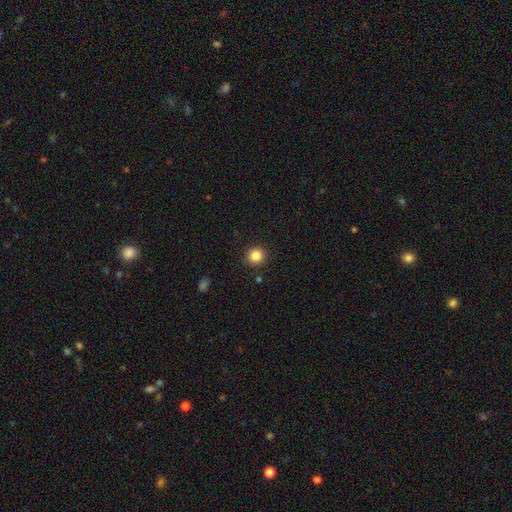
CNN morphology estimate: Smooth or featured? smooth (84%)
How rounded? round (94%)
Merging? none (92%)